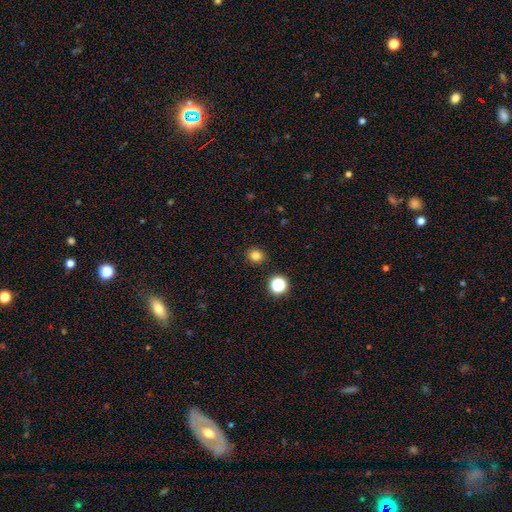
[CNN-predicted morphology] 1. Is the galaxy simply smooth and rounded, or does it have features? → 80% smooth, 15% star or artifact, 5% featured or disk.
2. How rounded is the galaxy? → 76% round, 23% in between, 1% cigar-shaped.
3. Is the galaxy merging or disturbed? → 90% none, 6% minor disturbance, 2% major disturbance, 2% merger.